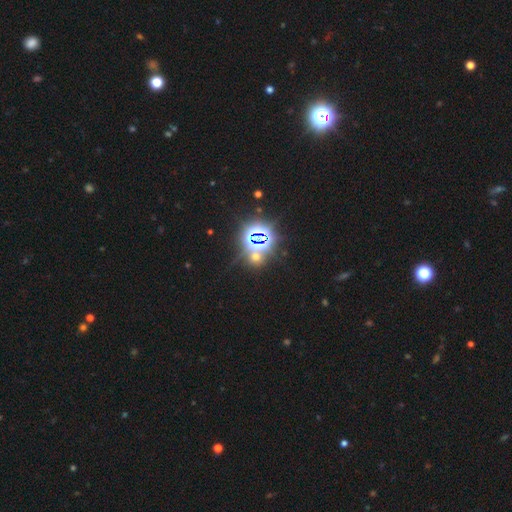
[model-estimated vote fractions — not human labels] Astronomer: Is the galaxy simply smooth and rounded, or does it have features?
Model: star or artifact — 66%.